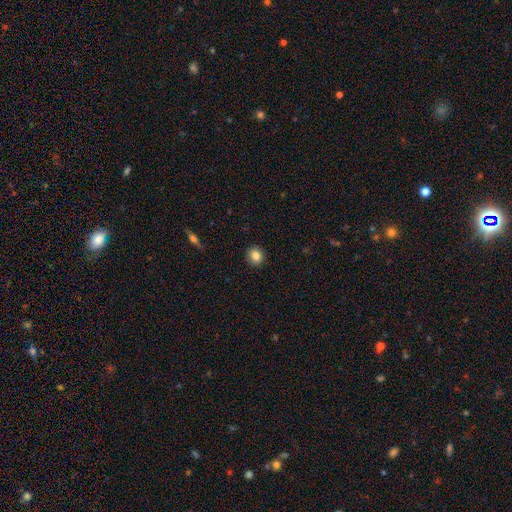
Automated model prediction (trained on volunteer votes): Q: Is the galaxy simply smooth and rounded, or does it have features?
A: smooth — 85%.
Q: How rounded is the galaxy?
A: round — 80%.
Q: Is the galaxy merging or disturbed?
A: none — 91%.